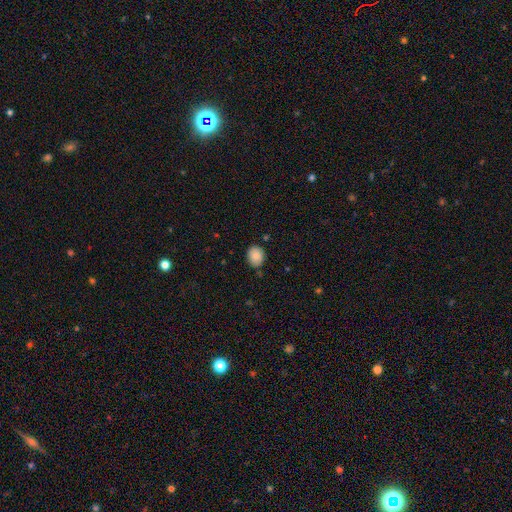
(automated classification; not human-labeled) Smooth or featured: smooth — 87% (star or artifact — 8%)
How rounded: round — 52% (in between — 47%)
Merging: none — 80% (minor disturbance — 14%)